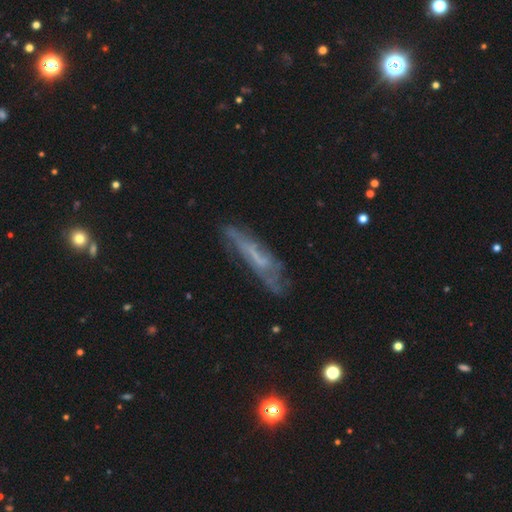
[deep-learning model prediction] Smooth or featured: featured or disk — 58% (smooth — 32%)
Edge-on disk: yes — 51% (no — 49%)
Merging: none — 61% (minor disturbance — 23%)